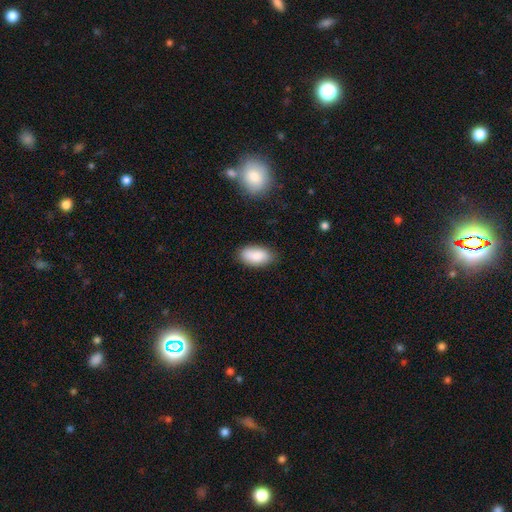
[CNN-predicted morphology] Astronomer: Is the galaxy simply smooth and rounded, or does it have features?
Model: smooth — 86%.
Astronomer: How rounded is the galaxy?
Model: in between — 93%.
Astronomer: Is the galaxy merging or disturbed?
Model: none — 81%.